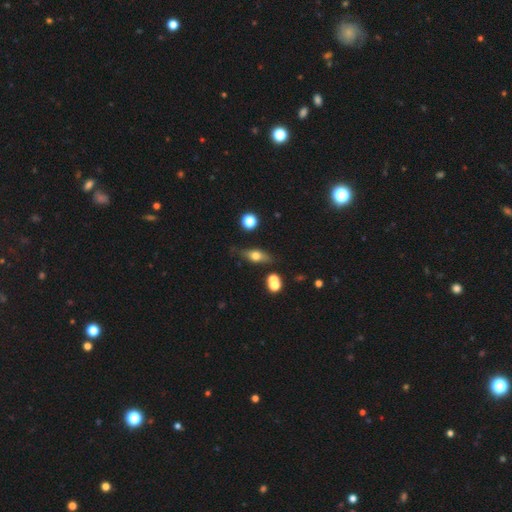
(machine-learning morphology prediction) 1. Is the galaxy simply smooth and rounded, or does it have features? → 54% smooth, 36% featured or disk, 10% star or artifact.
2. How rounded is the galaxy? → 62% in between, 27% cigar-shaped, 11% round.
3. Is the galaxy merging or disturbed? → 73% none, 16% minor disturbance, 7% merger, 5% major disturbance.